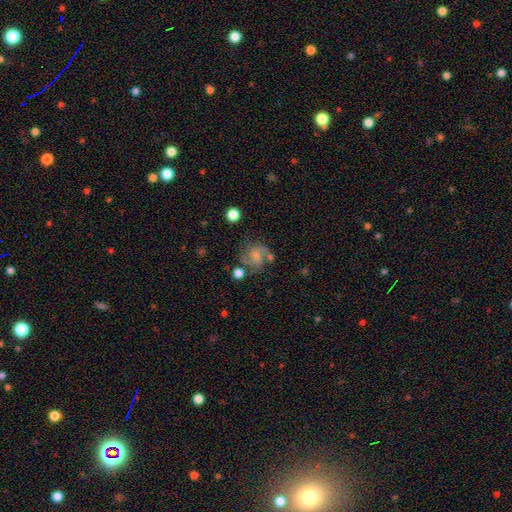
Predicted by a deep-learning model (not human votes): Q: Smooth or featured?
A: featured or disk (61%); runner-up: smooth (30%)
Q: Edge-on disk?
A: no (98%); runner-up: yes (2%)
Q: Bar?
A: no (67%); runner-up: weak (28%)
Q: Spiral arms?
A: yes (90%); runner-up: no (10%)
Q: Spiral winding?
A: medium (51%); runner-up: tight (25%)
Q: Spiral arm count?
A: 2 (51%); runner-up: 3 (22%)
Q: Bulge size?
A: small (47%); runner-up: moderate (27%)
Q: Merging?
A: none (57%); runner-up: minor disturbance (19%)